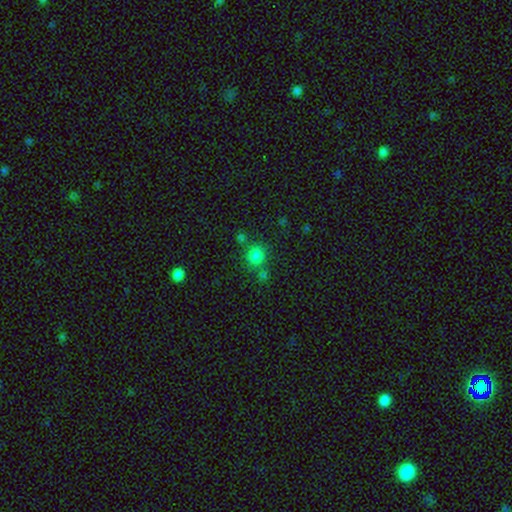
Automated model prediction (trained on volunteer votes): A smooth galaxy with no disk features (81%) that is round (86%). Merging: none (67%).